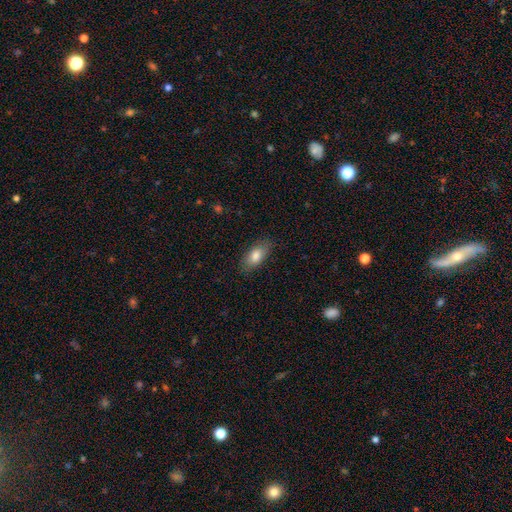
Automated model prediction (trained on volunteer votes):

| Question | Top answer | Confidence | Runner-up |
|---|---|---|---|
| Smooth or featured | smooth | 80% | featured or disk (13%) |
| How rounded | in between | 87% | cigar-shaped (9%) |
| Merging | none | 84% | minor disturbance (12%) |